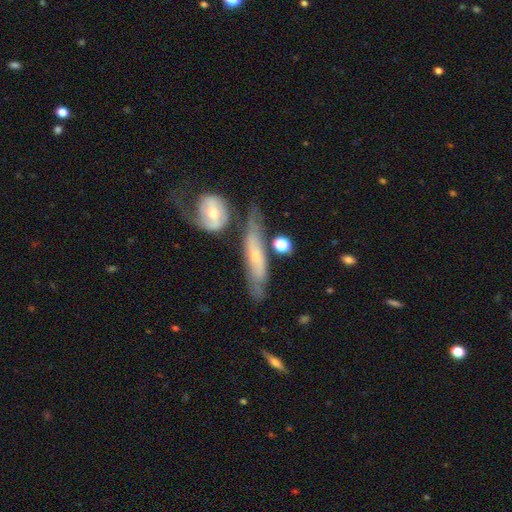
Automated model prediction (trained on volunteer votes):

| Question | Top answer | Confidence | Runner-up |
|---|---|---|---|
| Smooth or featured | featured or disk | 55% | smooth (38%) |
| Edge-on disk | no | 52% | yes (48%) |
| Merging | none | 54% | minor disturbance (22%) |